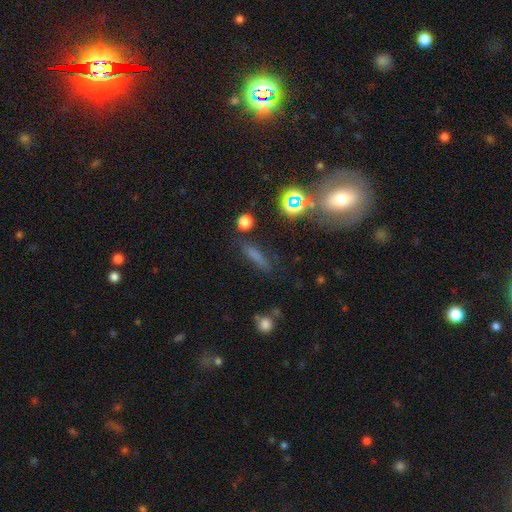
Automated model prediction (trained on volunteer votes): The model was most divided on "smooth or featured": smooth: 61%, star or artifact: 21%, featured or disk: 18%. More confident: how rounded — cigar-shaped (80%); merging — none (76%).